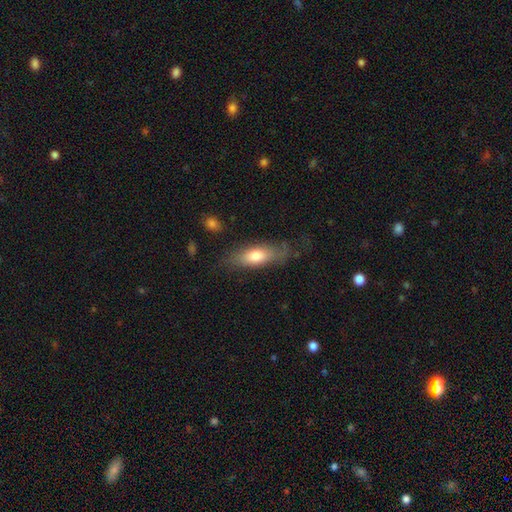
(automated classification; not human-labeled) A smooth galaxy with no disk features (69%) that is in between round and cigar-shaped (65%).

Vote fractions:
- Smooth or featured? smooth: 69% / featured or disk: 24% / star or artifact: 7%
- How rounded? in between: 65% / cigar-shaped: 32% / round: 3%
- Merging? none: 67% / minor disturbance: 21% / major disturbance: 9% / merger: 2%